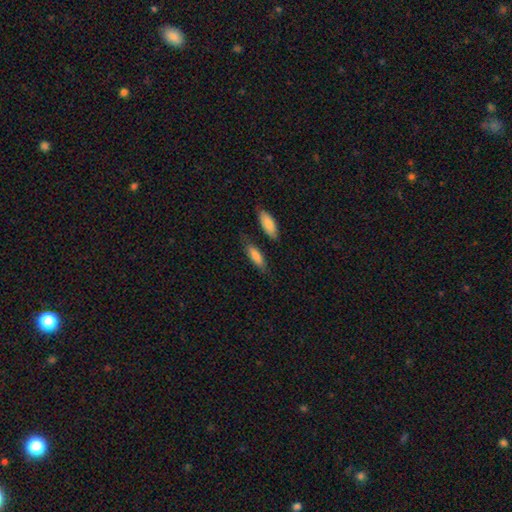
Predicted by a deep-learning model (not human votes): A smooth galaxy with no disk features (80%) that is in between round and cigar-shaped (50%).

Vote fractions:
- Smooth or featured? smooth: 80% / featured or disk: 13% / star or artifact: 6%
- How rounded? in between: 50% / cigar-shaped: 48% / round: 2%
- Merging? none: 73% / minor disturbance: 15% / merger: 7% / major disturbance: 4%